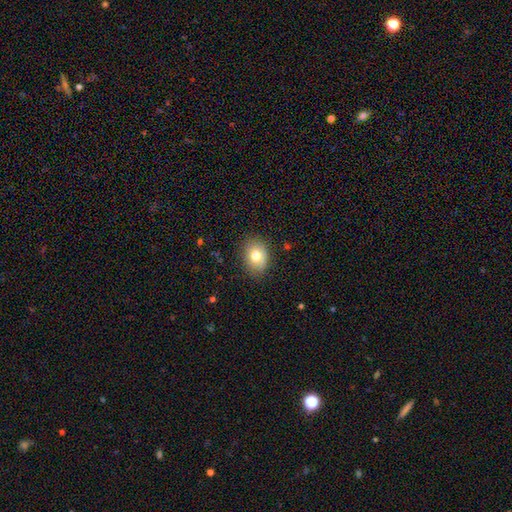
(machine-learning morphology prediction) Q: Smooth or featured?
A: smooth (76%); runner-up: featured or disk (15%)
Q: How rounded?
A: in between (64%); runner-up: round (35%)
Q: Merging?
A: none (81%); runner-up: minor disturbance (15%)